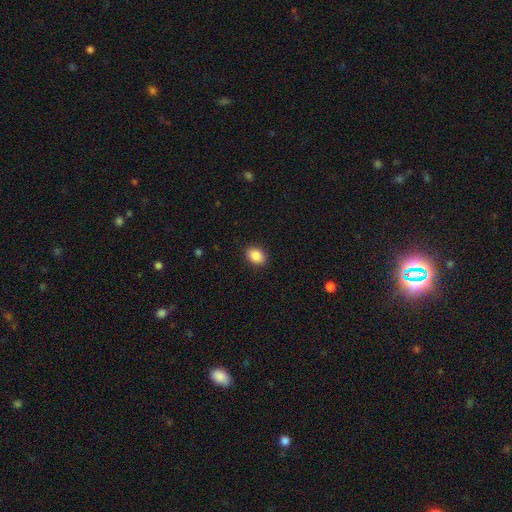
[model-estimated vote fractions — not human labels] Morphology: type=smooth (88%); roundness=in between (75%); merging=none (90%).